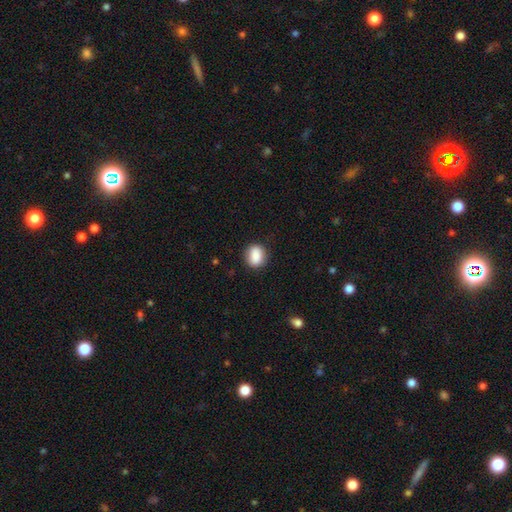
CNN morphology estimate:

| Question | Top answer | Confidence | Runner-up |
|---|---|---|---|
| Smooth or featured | smooth | 87% | star or artifact (8%) |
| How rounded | round | 55% | in between (44%) |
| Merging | none | 83% | minor disturbance (13%) |